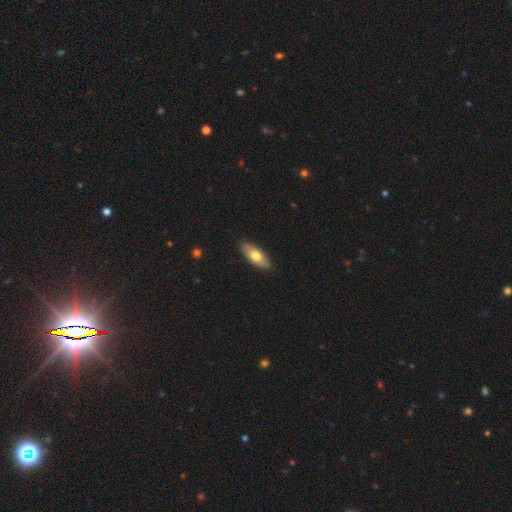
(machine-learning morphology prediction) A smooth galaxy with no disk features (67%) that is in between round and cigar-shaped (75%). Merging: none (90%).